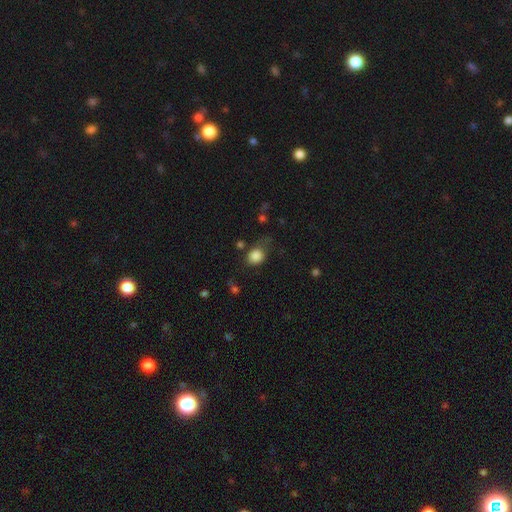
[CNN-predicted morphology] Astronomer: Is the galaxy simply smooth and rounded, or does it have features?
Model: smooth — 84%.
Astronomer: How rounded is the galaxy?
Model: round — 58% (runner-up: in between, 41%).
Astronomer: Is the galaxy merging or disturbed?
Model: none — 55%.